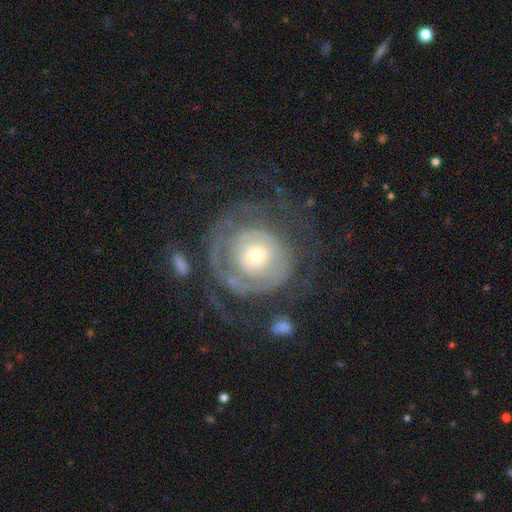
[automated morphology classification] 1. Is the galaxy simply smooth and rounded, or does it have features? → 69% featured or disk, 24% smooth, 7% star or artifact.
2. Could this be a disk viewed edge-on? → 97% no, 3% yes.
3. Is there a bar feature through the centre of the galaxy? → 82% no, 14% weak, 4% strong.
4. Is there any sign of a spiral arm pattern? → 63% yes, 37% no.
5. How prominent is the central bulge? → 51% small, 36% moderate, 8% large, 2% dominant, 2% none.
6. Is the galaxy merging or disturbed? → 48% none, 33% major disturbance, 17% minor disturbance, 3% merger.